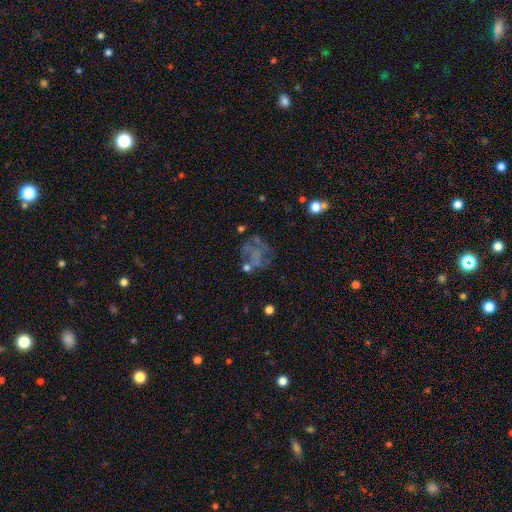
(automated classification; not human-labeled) featured or disk 49%, smooth 33%, star or artifact 19%. Down the decision tree: merging — none (47%).